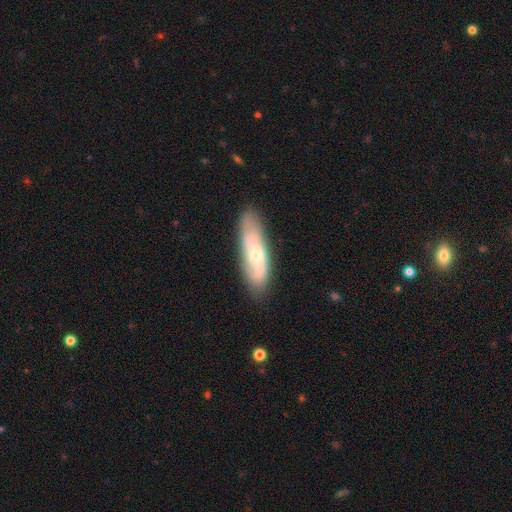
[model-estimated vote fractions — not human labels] This appears to be a featured or disk galaxy (63%) with no bar (62%), spiral arms (81%) and a small central bulge (48%). Merging: none (80%).